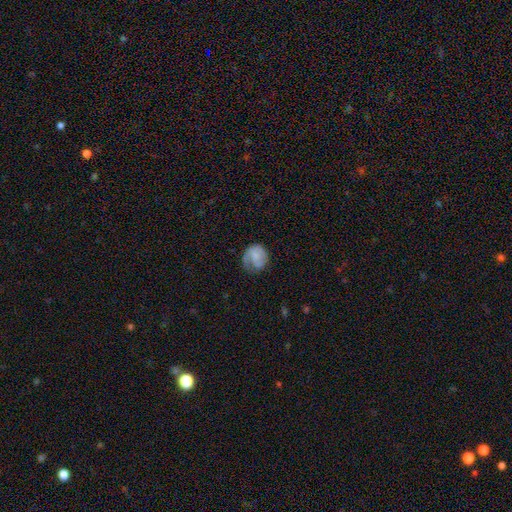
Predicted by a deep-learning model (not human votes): Smooth or featured? Predicted: smooth (p=0.48). Merging? Predicted: none (p=0.51).